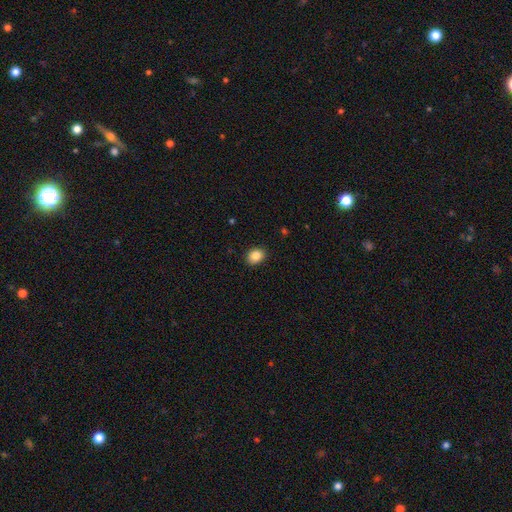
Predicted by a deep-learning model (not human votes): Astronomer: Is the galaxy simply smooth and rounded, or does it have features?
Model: smooth — 86%.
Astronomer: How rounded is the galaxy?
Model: in between — 57% (runner-up: round, 42%).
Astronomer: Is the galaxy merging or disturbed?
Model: none — 89%.